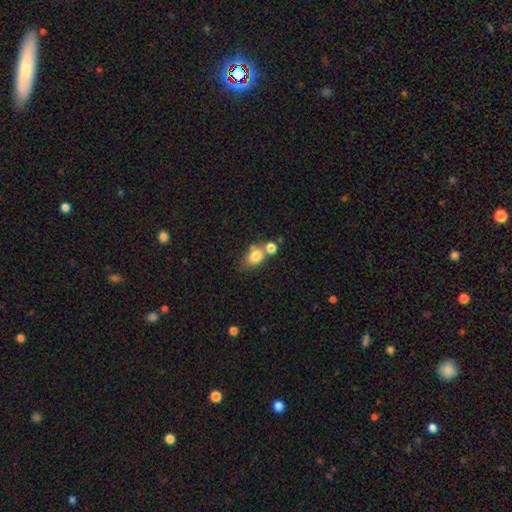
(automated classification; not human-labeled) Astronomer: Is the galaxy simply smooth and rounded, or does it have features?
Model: smooth — 78%.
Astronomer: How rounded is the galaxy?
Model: in between — 63%.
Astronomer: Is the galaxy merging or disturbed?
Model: none — 43% (runner-up: merger, 38%).